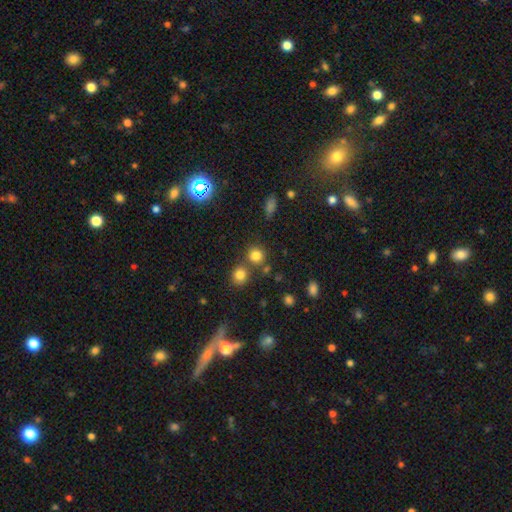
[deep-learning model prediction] Smooth or featured? Predicted: smooth (p=0.79). How rounded? Predicted: round (p=0.89). Merging? Predicted: none (p=0.71).